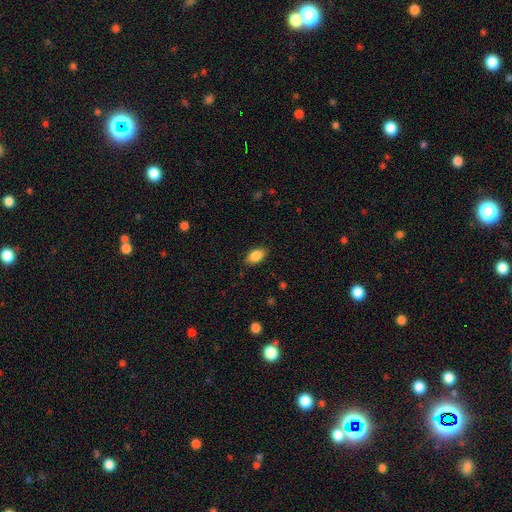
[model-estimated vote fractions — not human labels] Smooth or featured? Predicted: smooth (p=0.88). How rounded? Predicted: in between (p=0.92). Merging? Predicted: none (p=0.85).